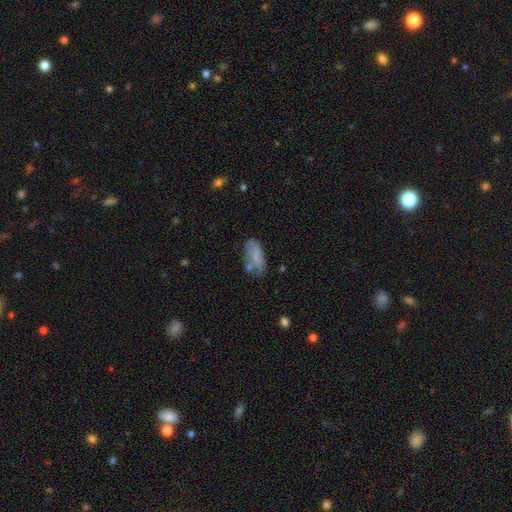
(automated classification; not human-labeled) Overall: smooth (69%). How rounded: in between (84%). Merging: none (49%; minor disturbance 28%).